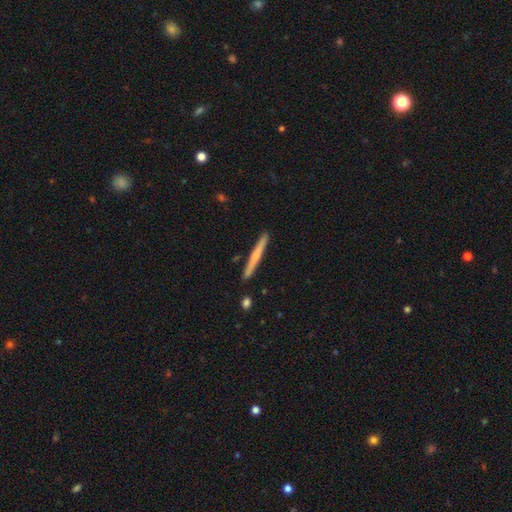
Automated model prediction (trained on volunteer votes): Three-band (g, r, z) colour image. It shows a featured or disk galaxy (48%). Merging: none (90%).